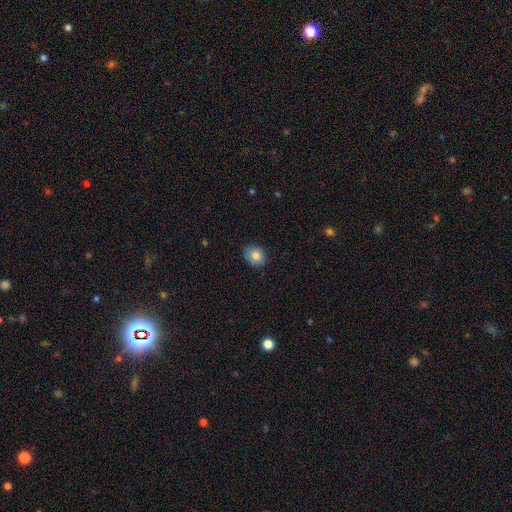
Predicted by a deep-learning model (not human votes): Smooth or featured? Predicted: smooth (p=0.80). How rounded? Predicted: round (p=0.59). Merging? Predicted: none (p=0.84).